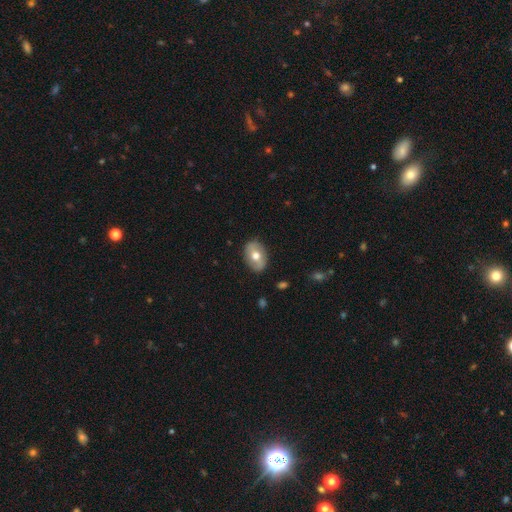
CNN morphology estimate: Overall: smooth (59%; featured or disk 34%). How rounded: in between (79%). Merging: none (85%).